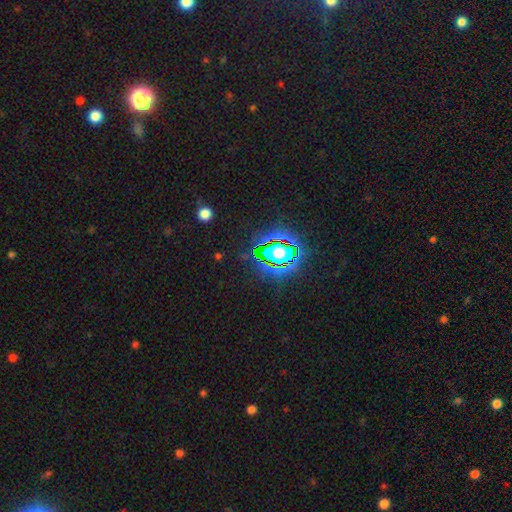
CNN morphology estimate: This is clearly a star or artifact rather than a galaxy (82%).